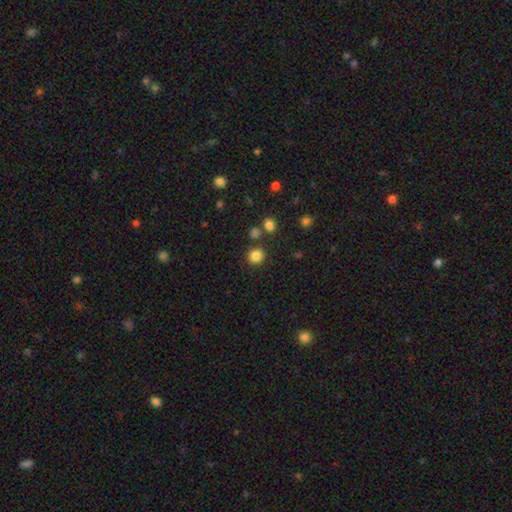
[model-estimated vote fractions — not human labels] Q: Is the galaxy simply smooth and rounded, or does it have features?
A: smooth — 84%.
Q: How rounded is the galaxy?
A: round — 90%.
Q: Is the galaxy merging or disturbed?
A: none — 85%.